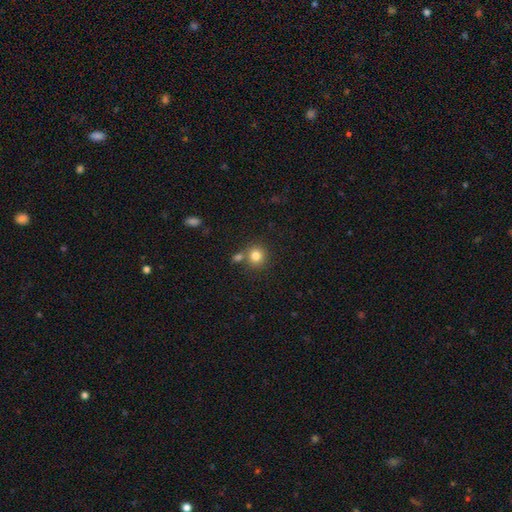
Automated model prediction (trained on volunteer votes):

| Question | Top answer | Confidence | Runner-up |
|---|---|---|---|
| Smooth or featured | smooth | 82% | star or artifact (11%) |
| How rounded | round | 87% | in between (12%) |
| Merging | none | 67% | merger (21%) |